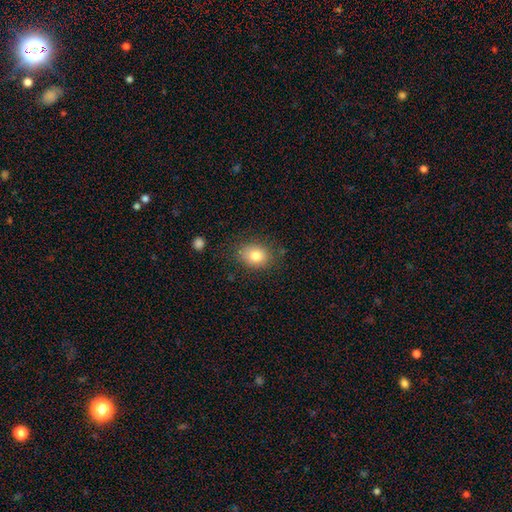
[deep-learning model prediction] A smooth galaxy with no disk features (81%) that is in between round and cigar-shaped (56%).

Vote fractions:
- Smooth or featured? smooth: 81% / featured or disk: 10% / star or artifact: 10%
- How rounded? in between: 56% / round: 43% / cigar-shaped: 1%
- Merging? none: 79% / minor disturbance: 14% / major disturbance: 4% / merger: 2%